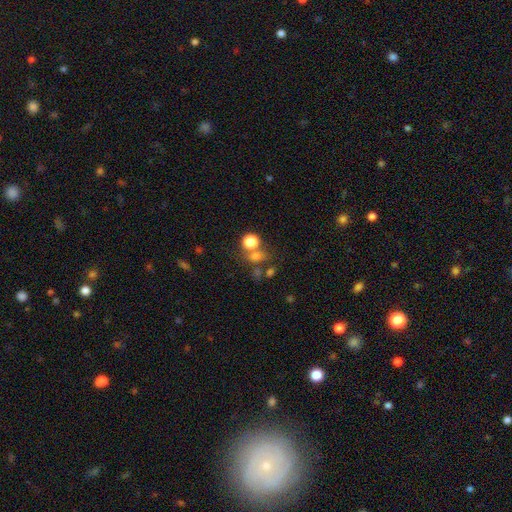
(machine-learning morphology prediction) type=smooth (68%); roundness=round (68%); merging=none (54%).